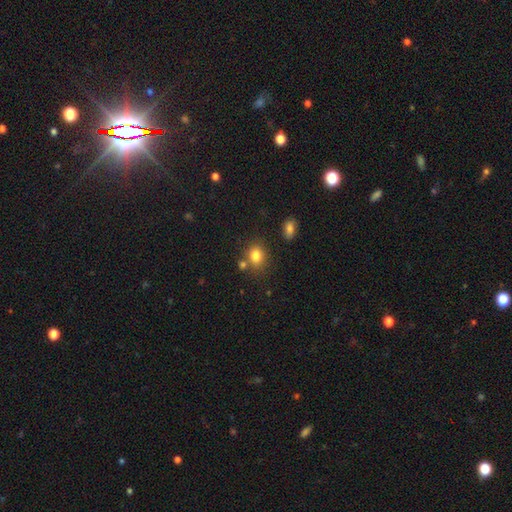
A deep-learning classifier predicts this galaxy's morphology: This is clearly a smooth galaxy (81%). How rounded: possibly round (55%). Merging: likely none (70%).